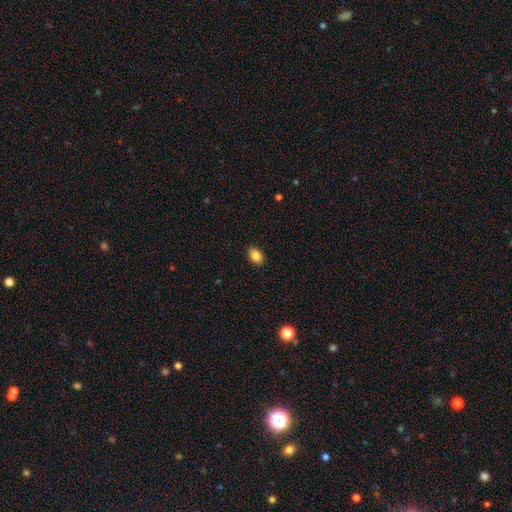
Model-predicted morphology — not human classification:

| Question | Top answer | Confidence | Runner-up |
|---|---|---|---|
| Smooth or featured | smooth | 85% | star or artifact (9%) |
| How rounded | in between | 82% | round (17%) |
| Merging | none | 90% | minor disturbance (8%) |